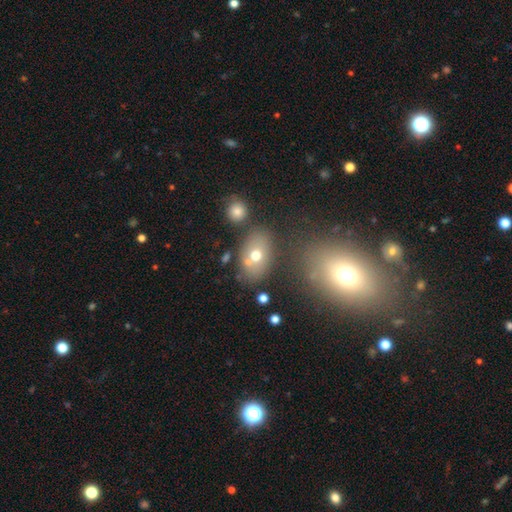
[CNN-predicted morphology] Smooth or featured?
  - smooth: 66% *
  - featured or disk: 22%
  - star or artifact: 12%
How rounded?
  - in between: 75% *
  - round: 24%
  - cigar-shaped: 1%
Merging?
  - none: 62% *
  - merger: 18%
  - minor disturbance: 14%
  - major disturbance: 6%